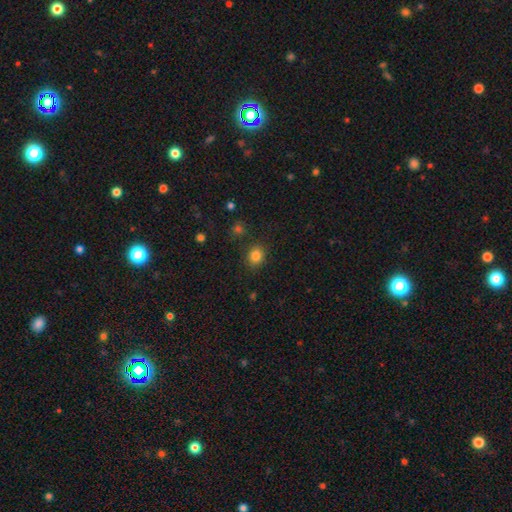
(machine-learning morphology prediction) The model was most divided on "how rounded": round: 63%, in between: 36%, cigar-shaped: 1%. More confident: merging — none (84%); smooth or featured — smooth (83%).